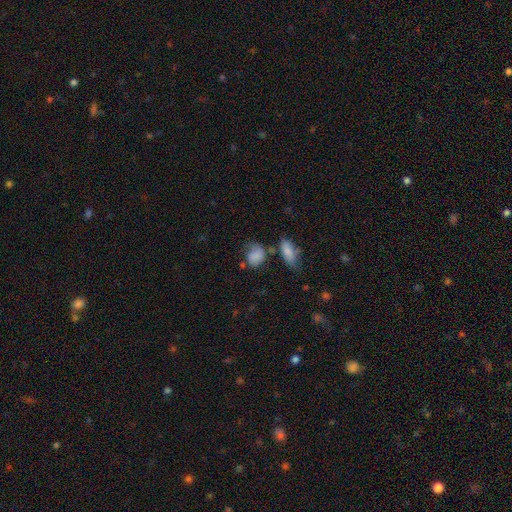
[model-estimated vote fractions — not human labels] A smooth galaxy with no disk features (79%) that is in between round and cigar-shaped (51%).

Vote fractions:
- Smooth or featured? smooth: 79% / featured or disk: 12% / star or artifact: 10%
- How rounded? in between: 51% / round: 48% / cigar-shaped: 2%
- Merging? none: 45% / minor disturbance: 29% / major disturbance: 14% / merger: 13%